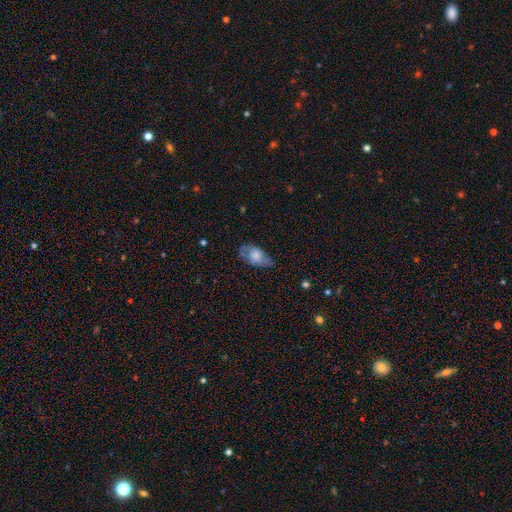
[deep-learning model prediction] Morphology: type=featured or disk (46%, tied with smooth); merging=none (62%).